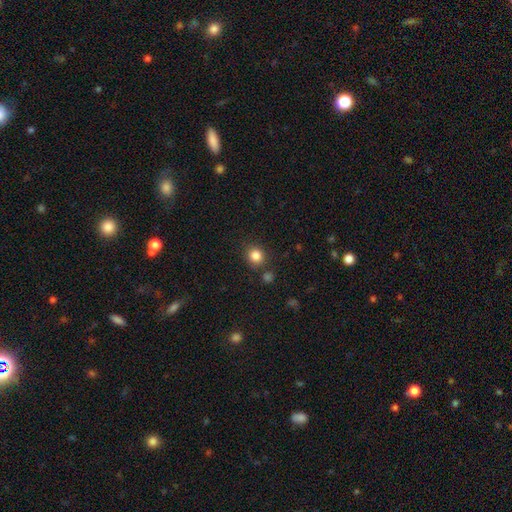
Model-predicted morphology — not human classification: This appears to be a smooth galaxy with no disk features (84%) that is round (85%). Merging: none (83%).